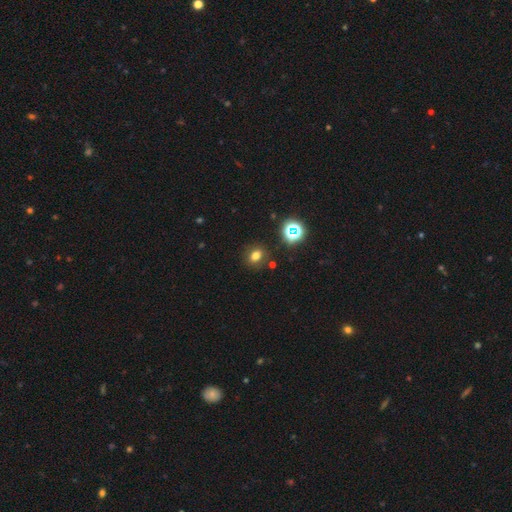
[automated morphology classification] This is likely a smooth galaxy (72%). How rounded: possibly round (53%). Merging: clearly none (84%).